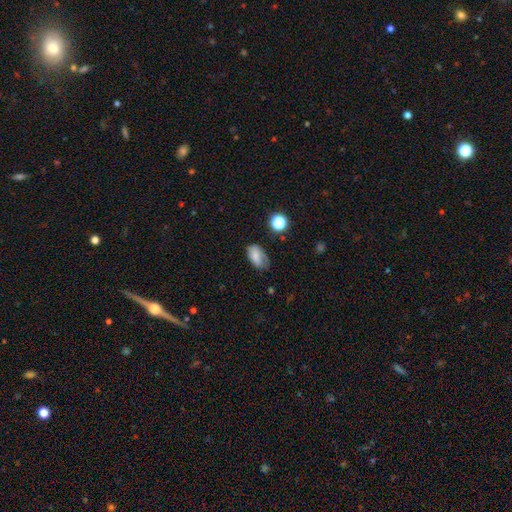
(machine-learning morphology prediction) A smooth galaxy with no disk features (75%) that is in between round and cigar-shaped (89%). Merging: none (54%).